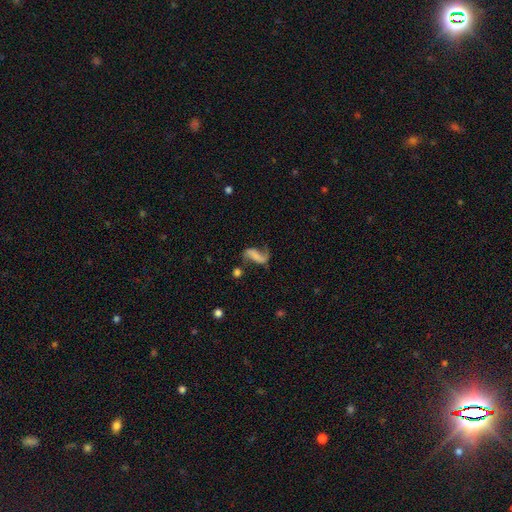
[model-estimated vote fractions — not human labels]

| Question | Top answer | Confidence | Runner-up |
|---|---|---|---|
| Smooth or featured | featured or disk | 66% | smooth (24%) |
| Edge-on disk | no | 96% | yes (4%) |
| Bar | no | 42% | strong (30%) |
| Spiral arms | yes | 88% | no (12%) |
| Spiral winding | loose | 80% | medium (15%) |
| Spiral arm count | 2 | 81% | 1 (14%) |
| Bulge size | none | 66% | small (20%) |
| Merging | none | 49% | major disturbance (22%) |